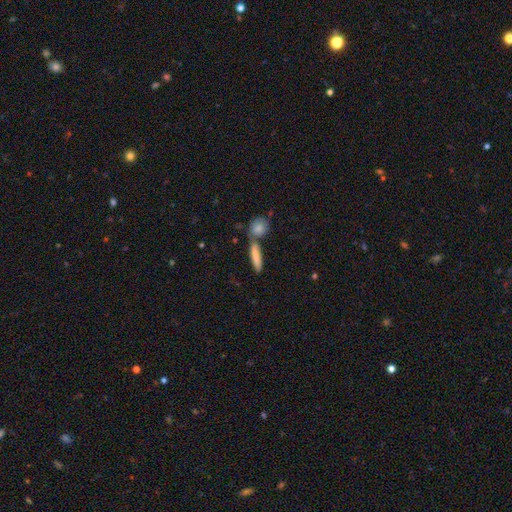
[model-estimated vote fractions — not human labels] Morphology: type=smooth (78%); roundness=cigar-shaped (79%); merging=none (62%).